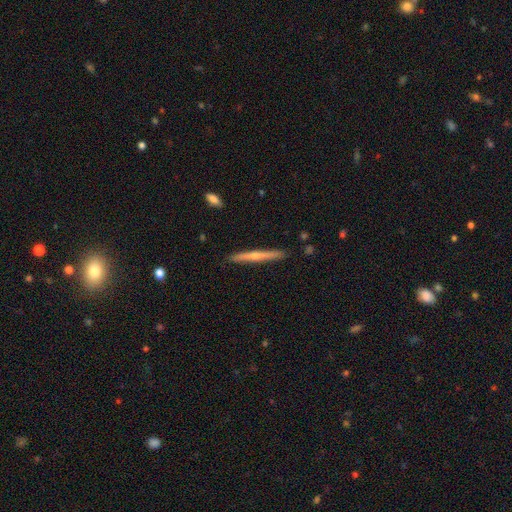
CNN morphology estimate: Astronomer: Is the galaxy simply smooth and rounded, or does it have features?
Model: featured or disk — 56% (runner-up: smooth, 38%).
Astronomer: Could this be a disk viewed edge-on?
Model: yes — 97%.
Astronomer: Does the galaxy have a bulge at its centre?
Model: rounded — 65%.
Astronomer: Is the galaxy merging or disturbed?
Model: none — 90%.